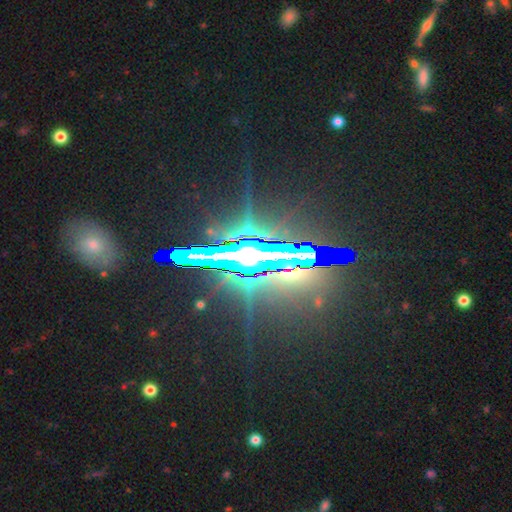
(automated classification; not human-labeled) The model was most divided on "smooth or featured": star or artifact: 81%, featured or disk: 11%, smooth: 8%.